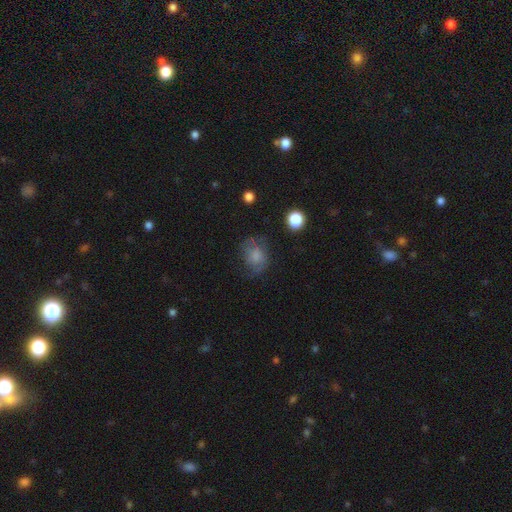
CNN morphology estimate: A smooth galaxy with no disk features (59%) that is round (52%). Merging: none (52%).